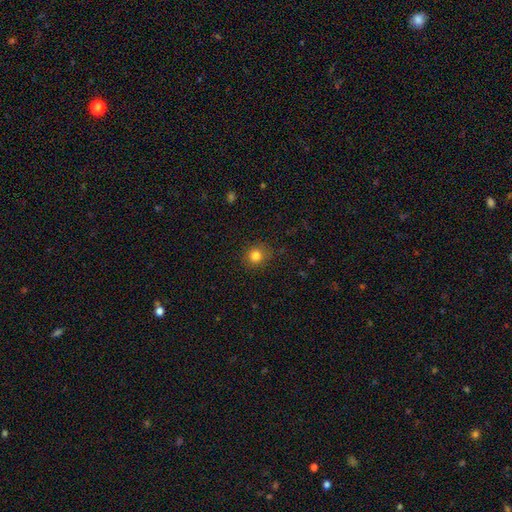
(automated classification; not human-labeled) The model was most divided on "smooth or featured": smooth: 82%, star or artifact: 12%, featured or disk: 6%. More confident: how rounded — round (87%); merging — none (86%).